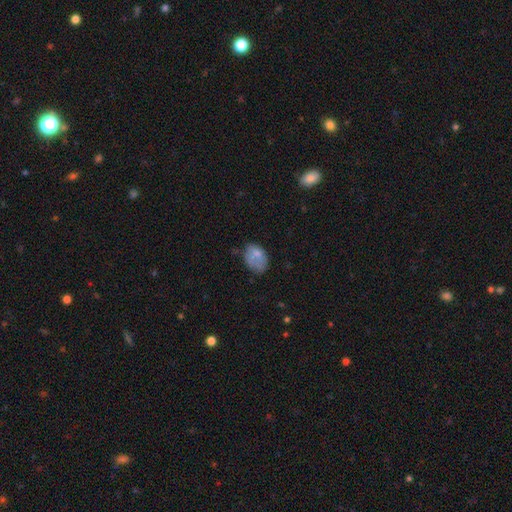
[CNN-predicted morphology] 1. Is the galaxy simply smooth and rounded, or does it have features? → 72% smooth, 19% featured or disk, 9% star or artifact.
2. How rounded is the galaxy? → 80% in between, 19% round, 1% cigar-shaped.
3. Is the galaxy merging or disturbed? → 45% none, 32% minor disturbance, 17% major disturbance, 6% merger.